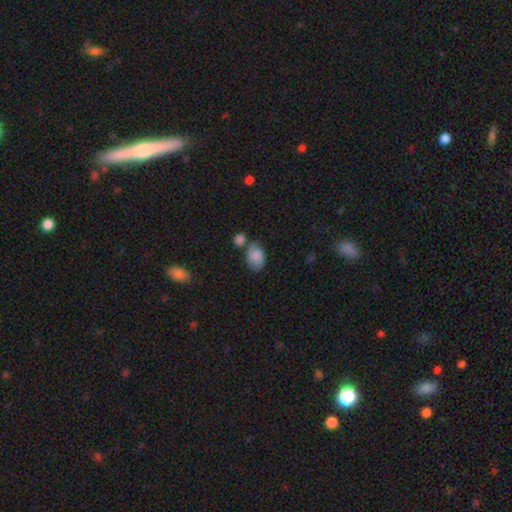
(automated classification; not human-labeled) Morphology: type=smooth (81%); roundness=in between (84%); merging=none (50%).